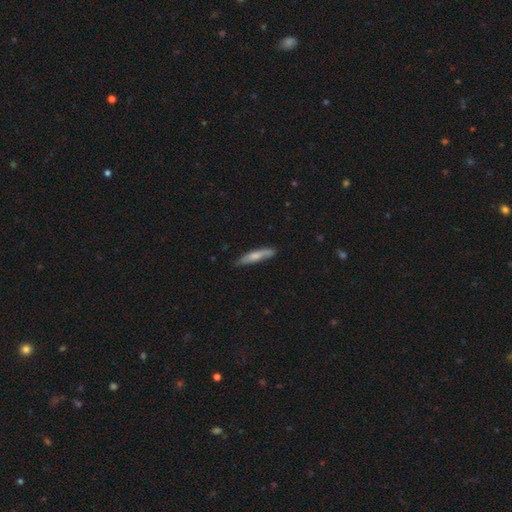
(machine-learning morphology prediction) A smooth galaxy with no disk features (64%) that is cigar-shaped (86%). Merging: none (76%).